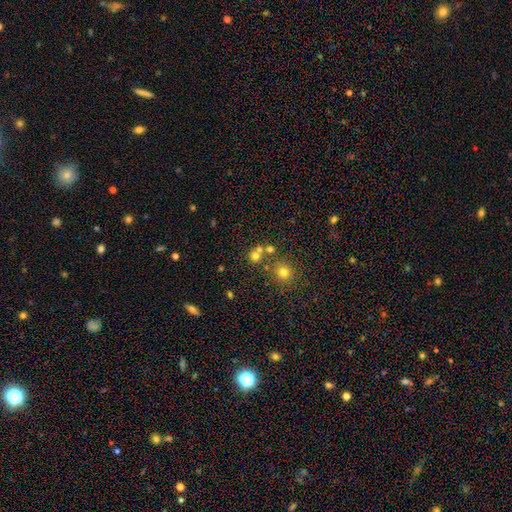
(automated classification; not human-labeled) This appears to be a smooth galaxy with no disk features (68%) that is round (87%). Merging: none (58%).